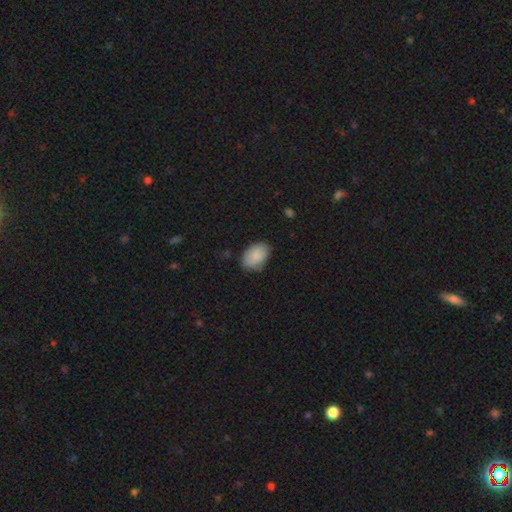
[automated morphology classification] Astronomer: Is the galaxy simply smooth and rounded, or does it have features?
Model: smooth — 87%.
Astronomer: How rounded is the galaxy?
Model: in between — 89%.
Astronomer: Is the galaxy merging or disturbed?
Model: none — 75%.